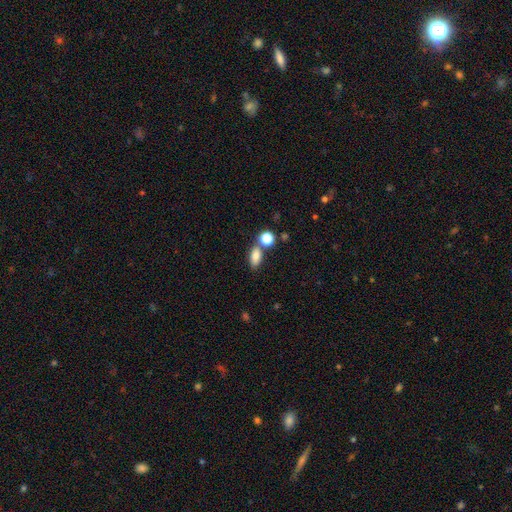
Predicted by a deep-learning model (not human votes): Overall: smooth (83%). How rounded: in between (84%). Merging: none (62%).